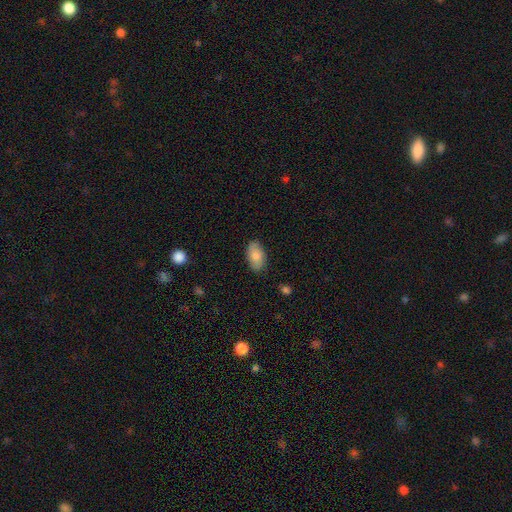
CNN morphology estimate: smooth-or-featured: smooth: 83% | featured or disk: 10% | star or artifact: 6%
  how-rounded: in between: 94% | round: 4% | cigar-shaped: 2%
  merging: none: 85% | minor disturbance: 11% | major disturbance: 2% | merger: 1%